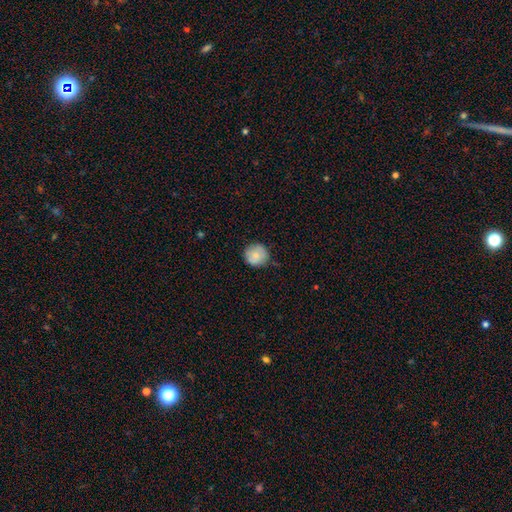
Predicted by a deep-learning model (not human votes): Overall: smooth (80%). How rounded: round (93%). Merging: none (78%).